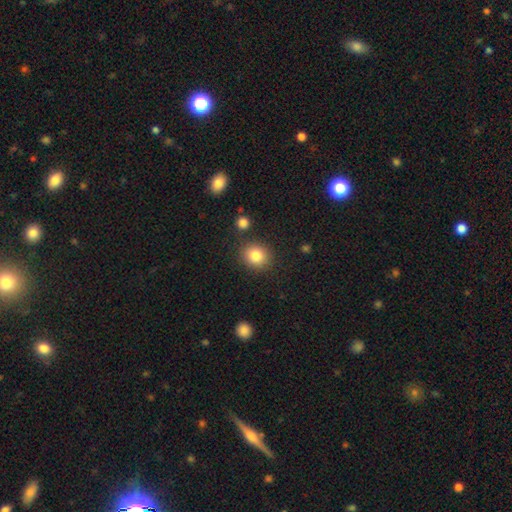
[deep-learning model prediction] smooth-or-featured: smooth: 83% | star or artifact: 10% | featured or disk: 7%
  how-rounded: round: 78% | in between: 21% | cigar-shaped: 1%
  merging: none: 85% | minor disturbance: 8% | merger: 4% | major disturbance: 3%